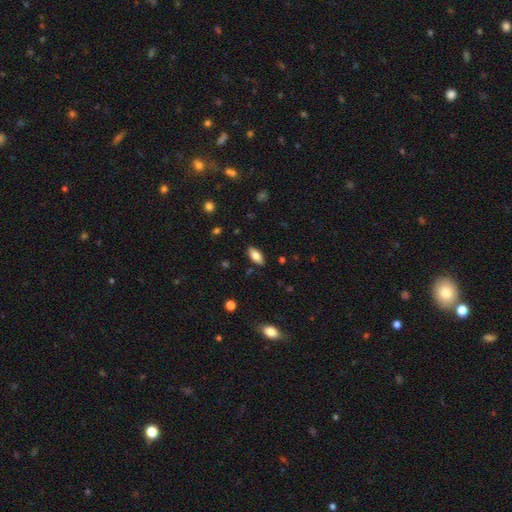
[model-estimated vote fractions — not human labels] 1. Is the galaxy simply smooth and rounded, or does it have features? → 78% smooth, 15% featured or disk, 7% star or artifact.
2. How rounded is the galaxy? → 88% in between, 10% cigar-shaped, 2% round.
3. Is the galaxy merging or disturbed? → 87% none, 10% minor disturbance, 2% major disturbance, 1% merger.